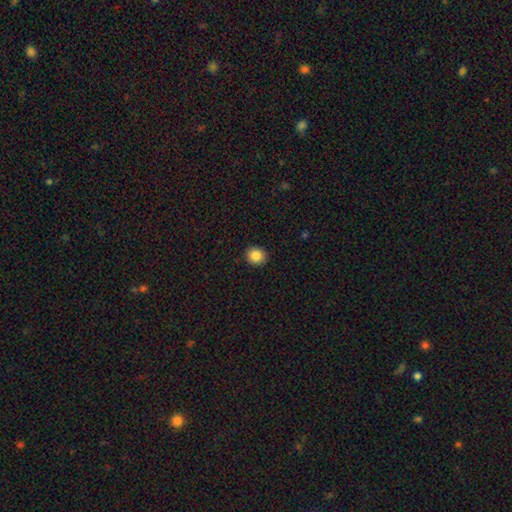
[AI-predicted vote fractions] A smooth galaxy with no disk features (86%) that is round (86%). Merging: none (92%).